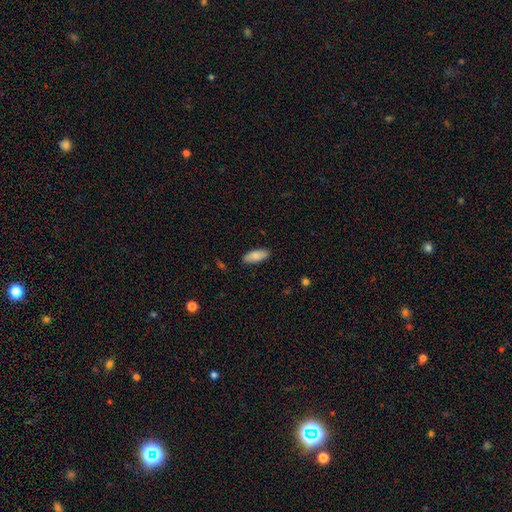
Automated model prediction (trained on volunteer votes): This appears to be a smooth galaxy with no disk features (83%) that is in between round and cigar-shaped (82%). Merging: none (87%).